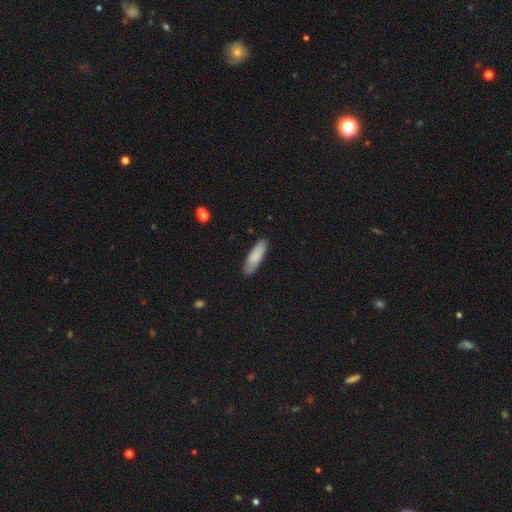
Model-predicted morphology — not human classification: This appears to be a smooth galaxy with no disk features (84%) that is in between round and cigar-shaped (49%, tied with cigar-shaped). Merging: none (81%).